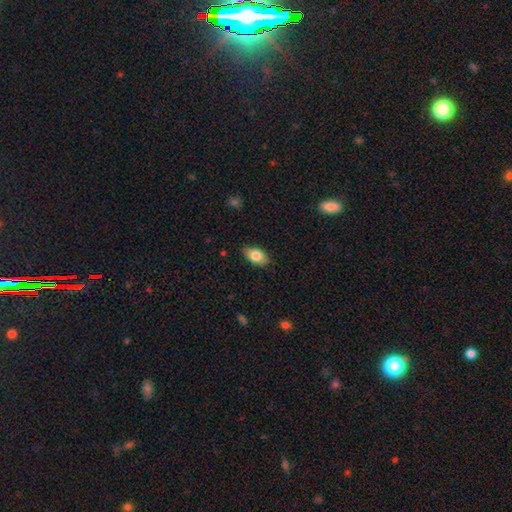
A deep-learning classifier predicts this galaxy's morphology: smooth 81%, featured or disk 12%, star or artifact 7%. Down the decision tree: how rounded — in between (92%); merging — none (85%).